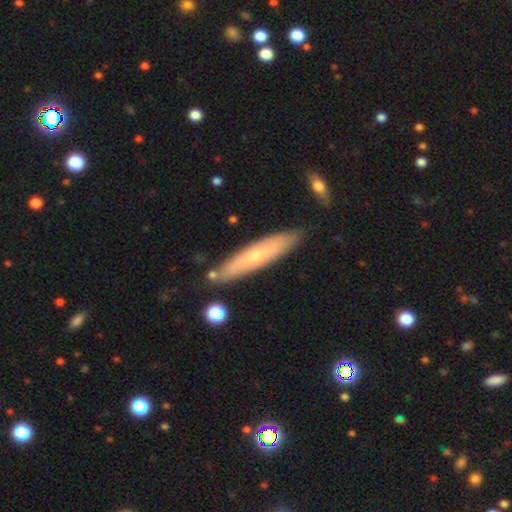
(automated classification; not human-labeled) Q: Smooth or featured?
A: smooth (53%); runner-up: featured or disk (41%)
Q: How rounded?
A: cigar-shaped (87%); runner-up: in between (12%)
Q: Merging?
A: none (84%); runner-up: minor disturbance (11%)